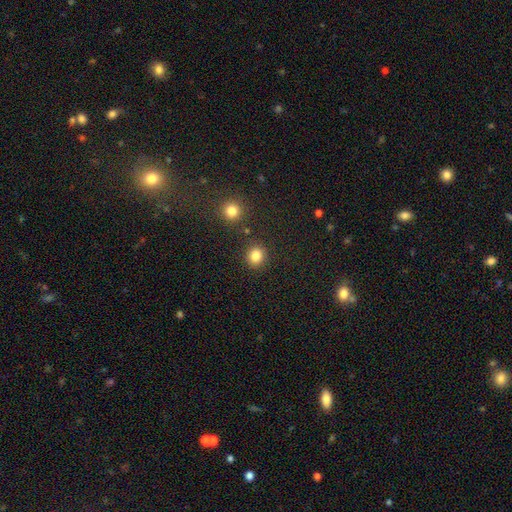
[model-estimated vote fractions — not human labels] Morphology: type=smooth (84%); roundness=round (83%); merging=none (87%).